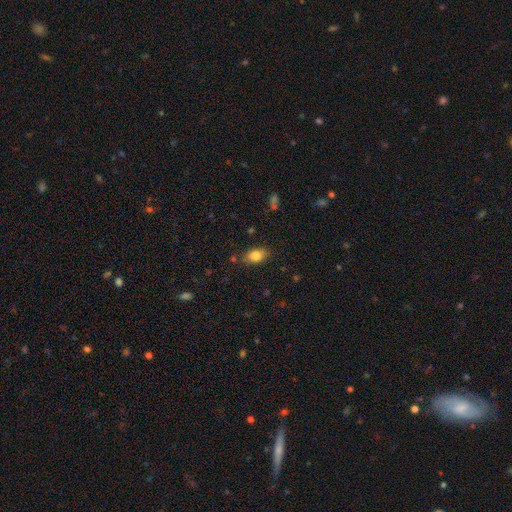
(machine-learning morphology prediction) Smooth or featured: smooth — 83% (star or artifact — 9%)
How rounded: in between — 83% (round — 15%)
Merging: none — 81% (minor disturbance — 13%)